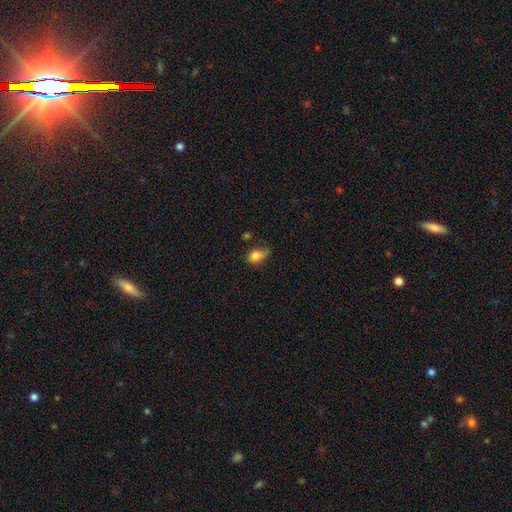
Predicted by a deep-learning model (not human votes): Morphology: type=smooth (83%); roundness=in between (84%); merging=none (43%).